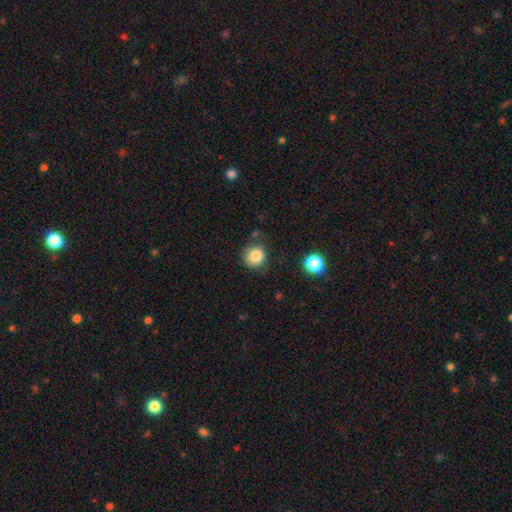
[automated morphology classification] smooth-or-featured: smooth: 85% | star or artifact: 10% | featured or disk: 4%
  how-rounded: round: 89% | in between: 10% | cigar-shaped: 1%
  merging: none: 79% | minor disturbance: 14% | major disturbance: 4% | merger: 3%